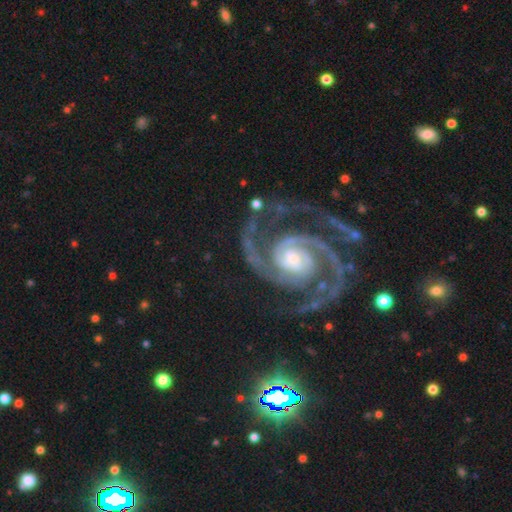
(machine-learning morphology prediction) This appears to be a featured or disk galaxy (94%) with no bar (55%), 2 (91%) tight (57%) spiral arms (99%) and a moderate central bulge (49%). Merging: none (78%).